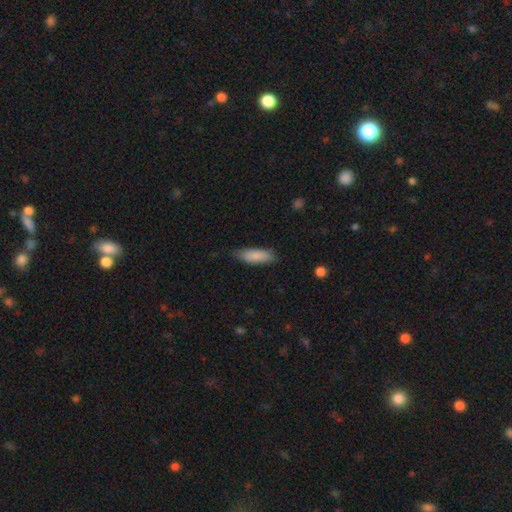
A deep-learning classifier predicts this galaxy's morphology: Overall: smooth (86%). How rounded: in between (59%; cigar-shaped 39%). Merging: none (80%).